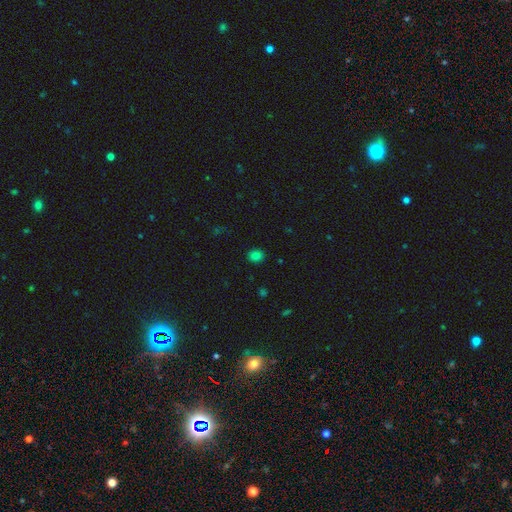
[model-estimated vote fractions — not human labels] The model was most divided on "how rounded": round: 70%, in between: 29%, cigar-shaped: 1%. More confident: merging — none (89%); smooth or featured — smooth (81%).